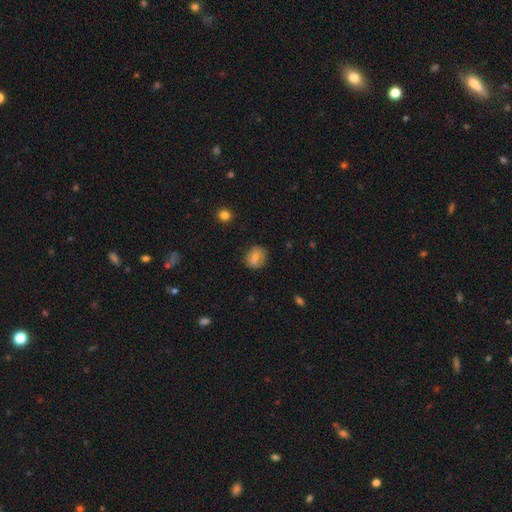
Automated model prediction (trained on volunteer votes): smooth 60%, featured or disk 29%, star or artifact 11%. Down the decision tree: how rounded — round (70%); merging — none (81%).